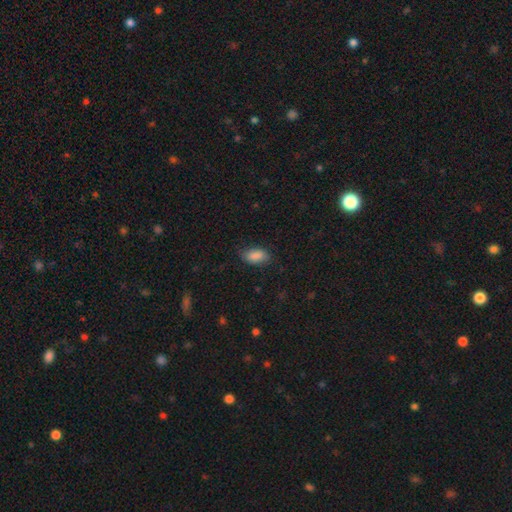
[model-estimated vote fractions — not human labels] The model was most divided on "merging": none: 79%, minor disturbance: 17%, major disturbance: 4%, merger: 1%. More confident: how rounded — in between (92%); smooth or featured — smooth (88%).